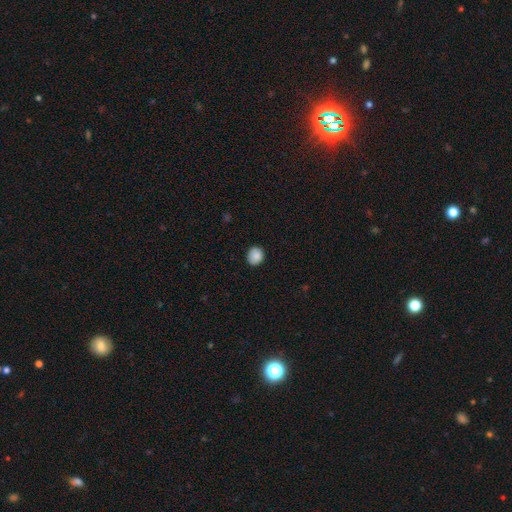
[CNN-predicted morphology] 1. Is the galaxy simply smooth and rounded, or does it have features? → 87% smooth, 8% star or artifact, 5% featured or disk.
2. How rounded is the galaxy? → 73% round, 26% in between, 1% cigar-shaped.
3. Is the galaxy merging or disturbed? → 86% none, 11% minor disturbance, 2% major disturbance, 1% merger.